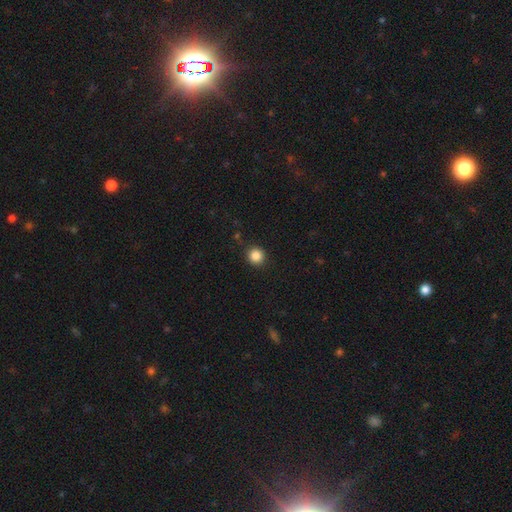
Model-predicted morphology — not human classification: Smooth or featured? Predicted: smooth (p=0.86). How rounded? Predicted: round (p=0.93). Merging? Predicted: none (p=0.91).